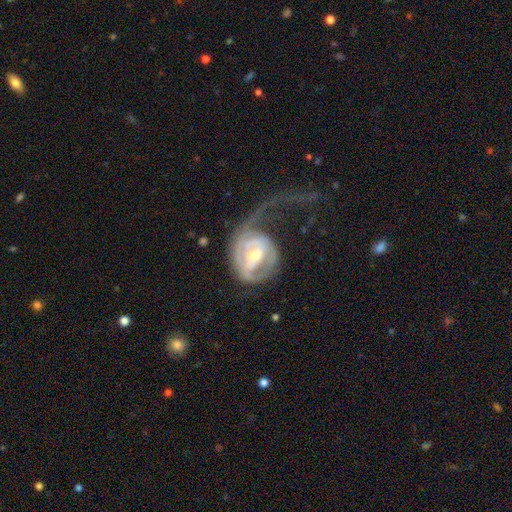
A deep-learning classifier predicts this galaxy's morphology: Smooth or featured? featured or disk (81%)
Edge-on disk? no (97%)
Bar? weak (44%)
Spiral arms? yes (84%)
Spiral winding? tight (40%)
Spiral arm count? 1 (42%)
Bulge size? moderate (52%)
Merging? major disturbance (62%)